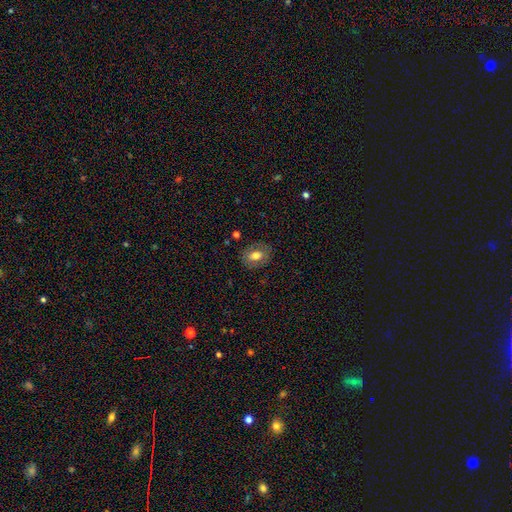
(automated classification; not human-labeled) Smooth or featured? smooth (69%)
How rounded? in between (63%)
Merging? none (83%)